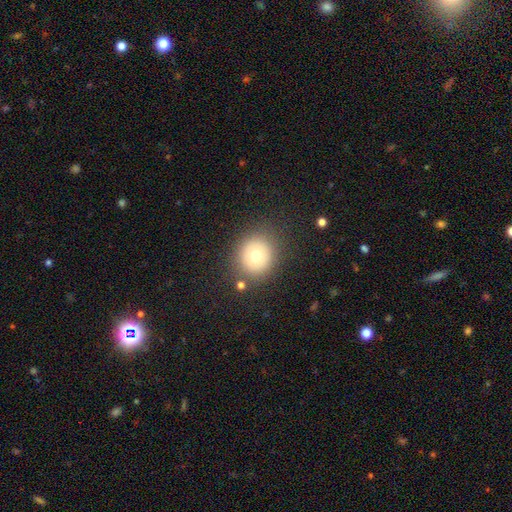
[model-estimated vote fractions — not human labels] Morphology: type=smooth (72%); roundness=round (90%); merging=none (84%).